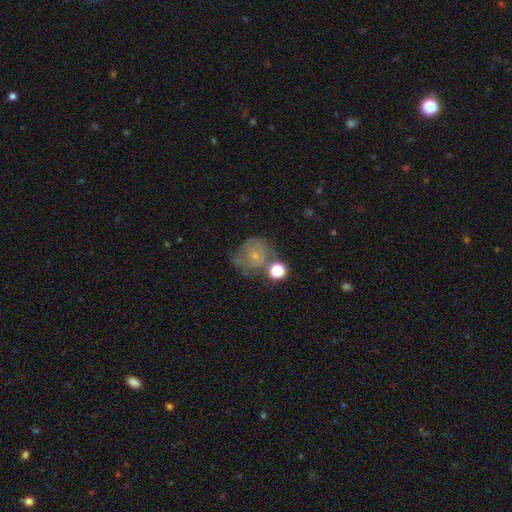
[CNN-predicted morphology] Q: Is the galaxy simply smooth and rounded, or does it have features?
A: smooth — 45%.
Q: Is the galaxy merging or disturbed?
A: none — 44%.